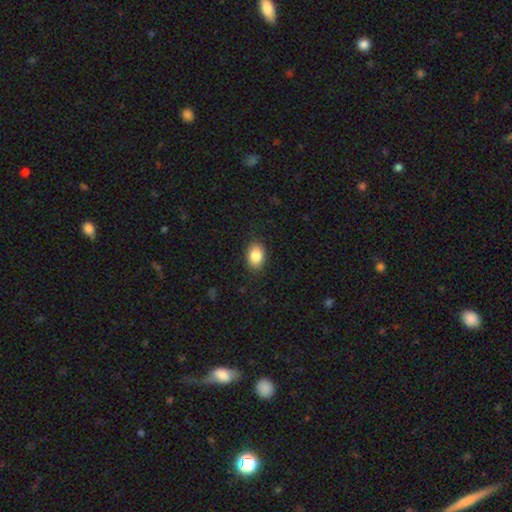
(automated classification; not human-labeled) smooth-or-featured: smooth: 86% | star or artifact: 8% | featured or disk: 6%
  how-rounded: in between: 81% | round: 17% | cigar-shaped: 1%
  merging: none: 86% | minor disturbance: 10% | major disturbance: 3% | merger: 1%